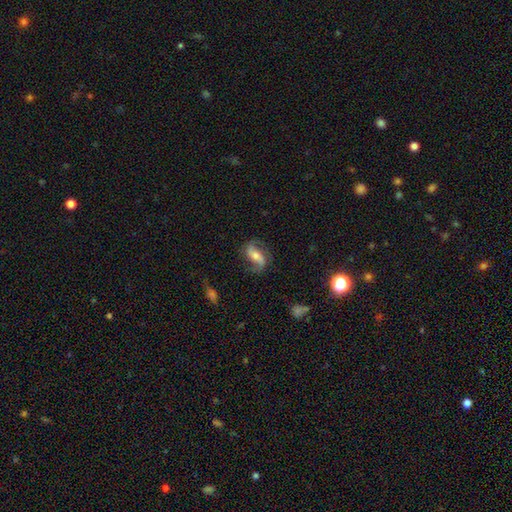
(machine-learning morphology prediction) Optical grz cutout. It shows a featured or disk galaxy (76%) with a strong bar (35%), 2 (90%) loose (57%) spiral arms (93%) and a moderate central bulge (55%). Merging: none (74%).